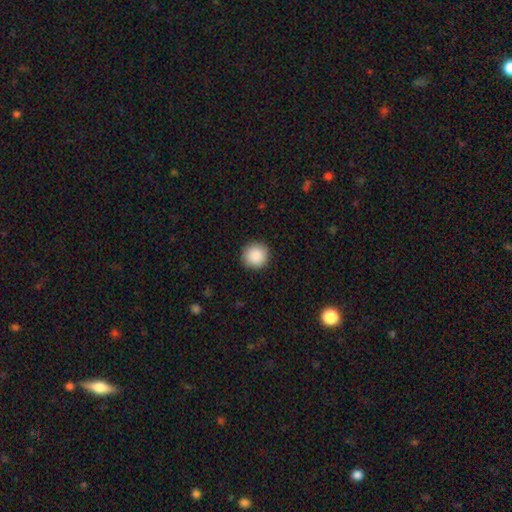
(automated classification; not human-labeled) Q: Smooth or featured?
A: smooth (89%); runner-up: star or artifact (8%)
Q: How rounded?
A: round (94%); runner-up: in between (5%)
Q: Merging?
A: none (92%); runner-up: minor disturbance (5%)